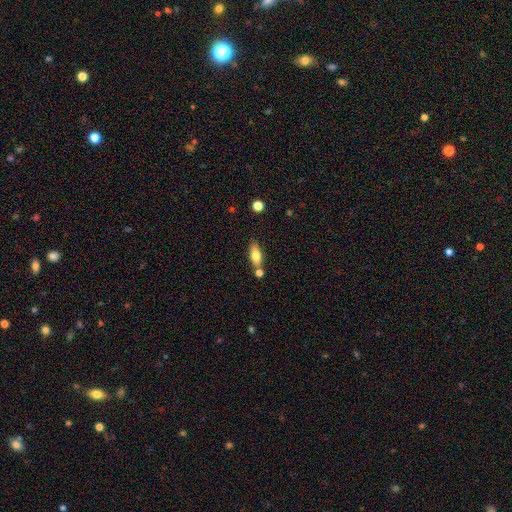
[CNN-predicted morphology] A smooth galaxy with no disk features (73%) that is in between round and cigar-shaped (77%).

Vote fractions:
- Smooth or featured? smooth: 73% / featured or disk: 20% / star or artifact: 7%
- How rounded? in between: 77% / cigar-shaped: 19% / round: 4%
- Merging? none: 66% / merger: 18% / minor disturbance: 13% / major disturbance: 3%